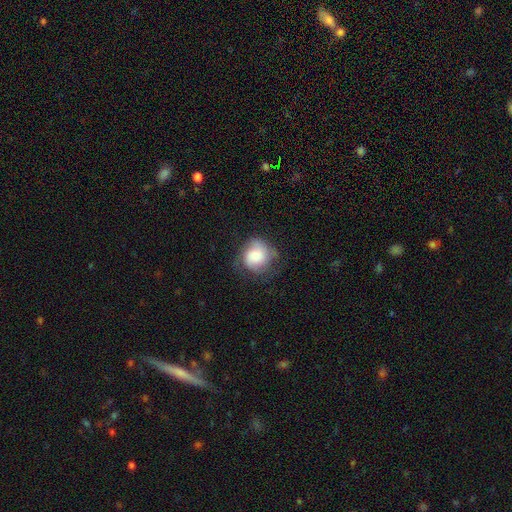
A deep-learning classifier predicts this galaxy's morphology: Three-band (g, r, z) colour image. It shows a smooth galaxy with no disk features (53%) that is round (82%). Merging: none (60%).